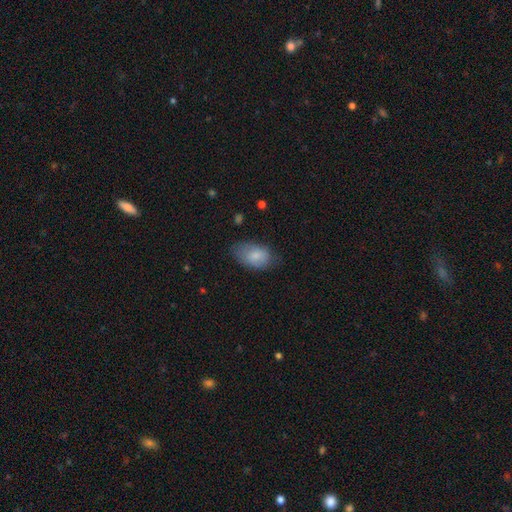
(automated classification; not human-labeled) This appears to be a smooth galaxy with no disk features (81%) that is in between round and cigar-shaped (91%). Merging: none (62%).